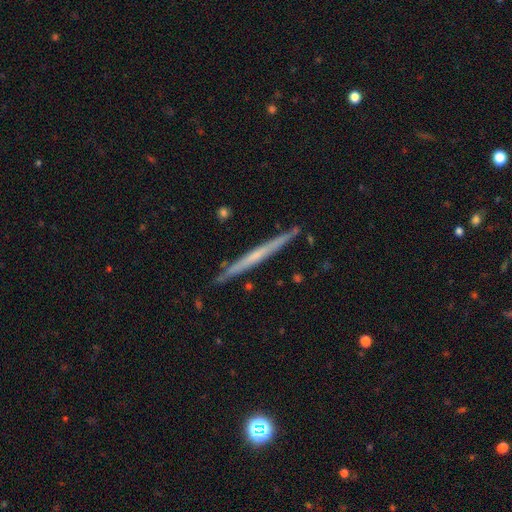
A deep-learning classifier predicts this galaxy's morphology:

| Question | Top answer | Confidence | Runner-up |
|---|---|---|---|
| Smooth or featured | featured or disk | 61% | smooth (34%) |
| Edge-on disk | yes | 97% | no (3%) |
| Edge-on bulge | none | 80% | rounded (16%) |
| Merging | none | 89% | minor disturbance (8%) |